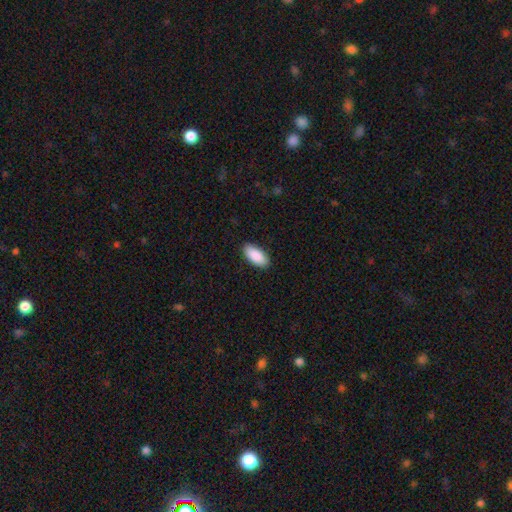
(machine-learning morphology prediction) Smooth or featured? Predicted: smooth (p=0.90). How rounded? Predicted: in between (p=0.93). Merging? Predicted: none (p=0.89).